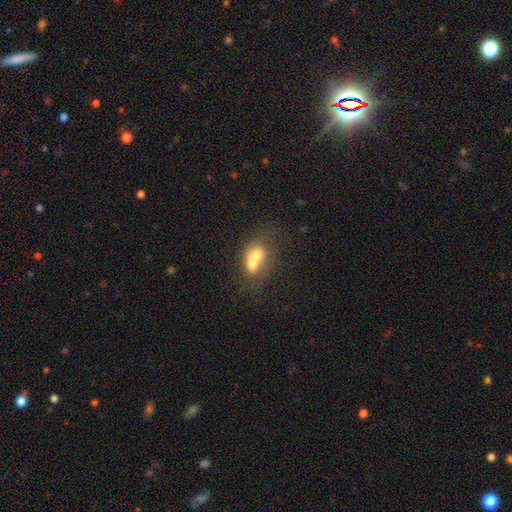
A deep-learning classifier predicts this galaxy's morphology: A smooth galaxy with no disk features (64%) that is round (50%). Merging: merger (72%).